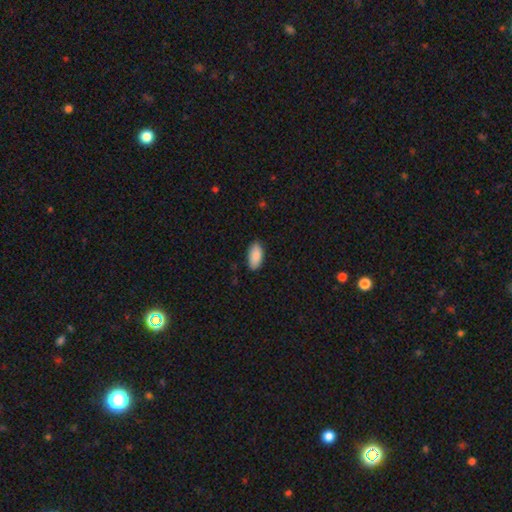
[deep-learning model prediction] A smooth galaxy with no disk features (89%) that is in between round and cigar-shaped (93%).

Vote fractions:
- Smooth or featured? smooth: 89% / star or artifact: 6% / featured or disk: 4%
- How rounded? in between: 93% / cigar-shaped: 5% / round: 2%
- Merging? none: 85% / minor disturbance: 11% / major disturbance: 2% / merger: 1%